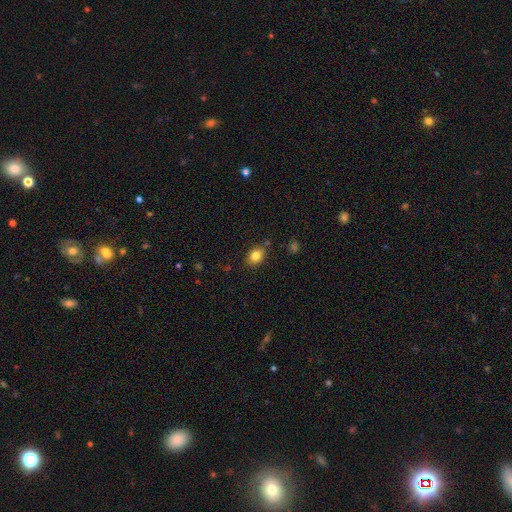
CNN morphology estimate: A smooth galaxy with no disk features (83%) that is in between round and cigar-shaped (63%).

Vote fractions:
- Smooth or featured? smooth: 83% / star or artifact: 10% / featured or disk: 7%
- How rounded? in between: 63% / round: 36% / cigar-shaped: 1%
- Merging? none: 80% / minor disturbance: 13% / merger: 4% / major disturbance: 3%